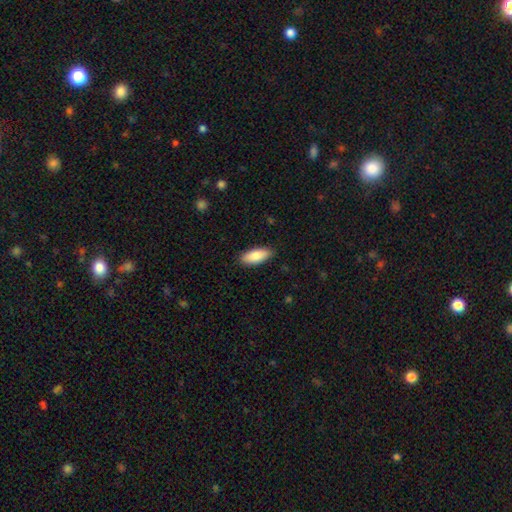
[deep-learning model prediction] Smooth or featured?
  - smooth: 86% *
  - featured or disk: 8%
  - star or artifact: 6%
How rounded?
  - in between: 83% *
  - cigar-shaped: 16%
  - round: 2%
Merging?
  - none: 88% *
  - minor disturbance: 9%
  - major disturbance: 2%
  - merger: 1%